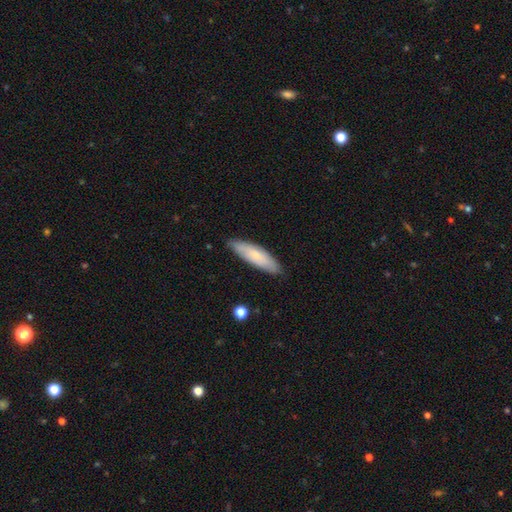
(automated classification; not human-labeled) smooth-or-featured: smooth: 73% | featured or disk: 22% | star or artifact: 6%
  how-rounded: cigar-shaped: 62% | in between: 36% | round: 2%
  merging: none: 85% | minor disturbance: 12% | major disturbance: 2% | merger: 1%